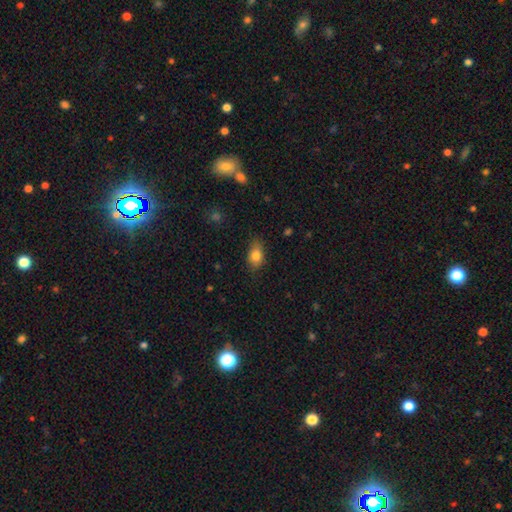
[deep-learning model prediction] smooth_or_featured: smooth (p=0.82) [alt: featured or disk p=0.09]
how_rounded: in between (p=0.82) [alt: round p=0.15]
merging: none (p=0.75) [alt: minor disturbance p=0.20]